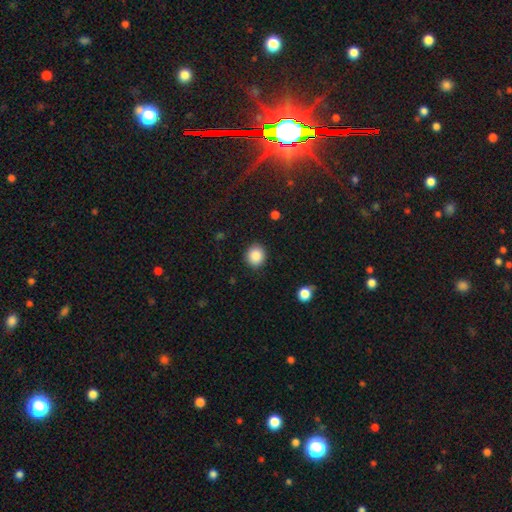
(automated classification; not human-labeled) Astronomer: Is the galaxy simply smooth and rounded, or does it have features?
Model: smooth — 87%.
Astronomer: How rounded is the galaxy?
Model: round — 84%.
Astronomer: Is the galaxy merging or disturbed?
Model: none — 88%.